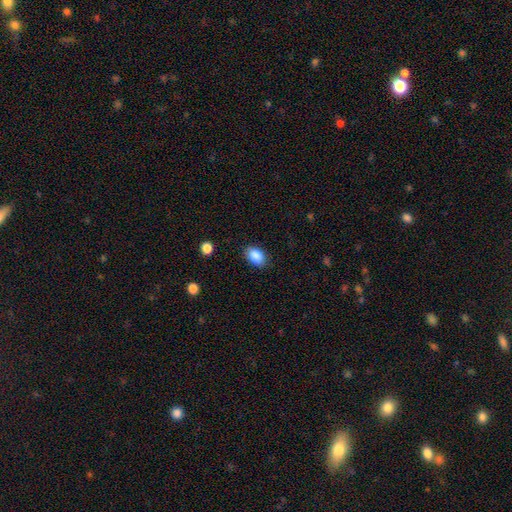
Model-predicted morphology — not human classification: A smooth galaxy with no disk features (88%) that is in between round and cigar-shaped (85%).

Vote fractions:
- Smooth or featured? smooth: 88% / star or artifact: 8% / featured or disk: 4%
- How rounded? in between: 85% / round: 14% / cigar-shaped: 1%
- Merging? none: 84% / minor disturbance: 12% / major disturbance: 3% / merger: 1%